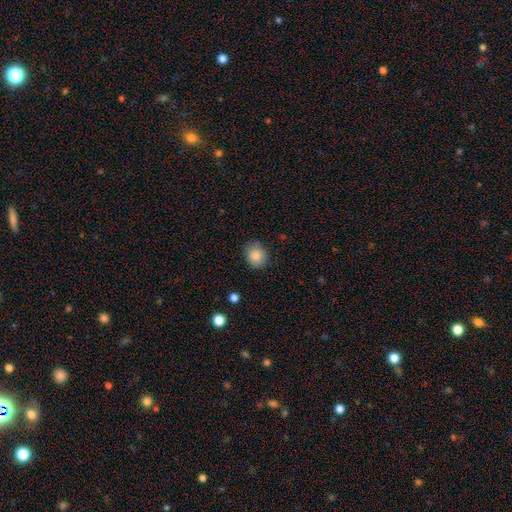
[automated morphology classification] Smooth or featured? Predicted: smooth (p=0.86). How rounded? Predicted: round (p=0.70). Merging? Predicted: none (p=0.83).